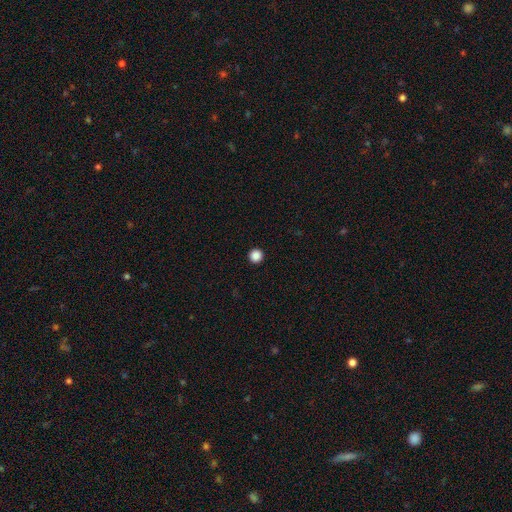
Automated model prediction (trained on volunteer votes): A smooth galaxy with no disk features (87%) that is round (97%).

Vote fractions:
- Smooth or featured? smooth: 87% / star or artifact: 10% / featured or disk: 2%
- How rounded? round: 97% / in between: 2% / cigar-shaped: 1%
- Merging? none: 94% / minor disturbance: 3% / major disturbance: 1% / merger: 1%